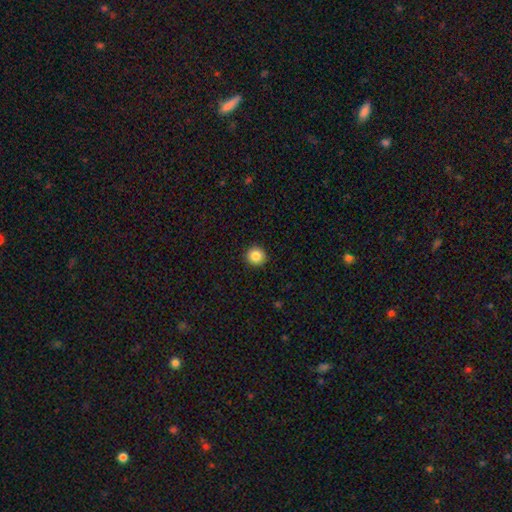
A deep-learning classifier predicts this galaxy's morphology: This appears to be a smooth galaxy with no disk features (85%) that is round (93%). Merging: none (93%).